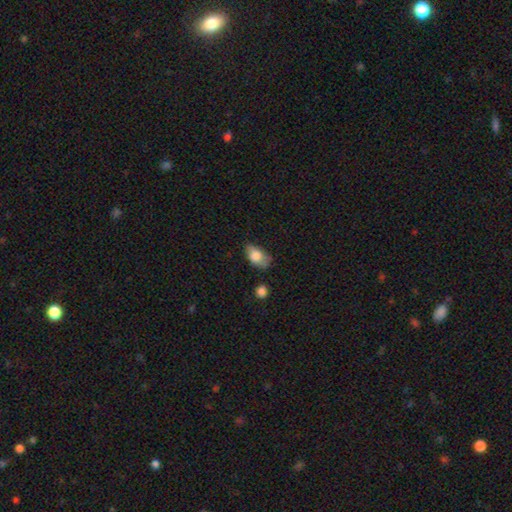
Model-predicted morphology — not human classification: The model was most divided on "merging": none: 47%, minor disturbance: 37%, major disturbance: 11%, merger: 4%. More confident: how rounded — in between (89%); smooth or featured — smooth (81%).